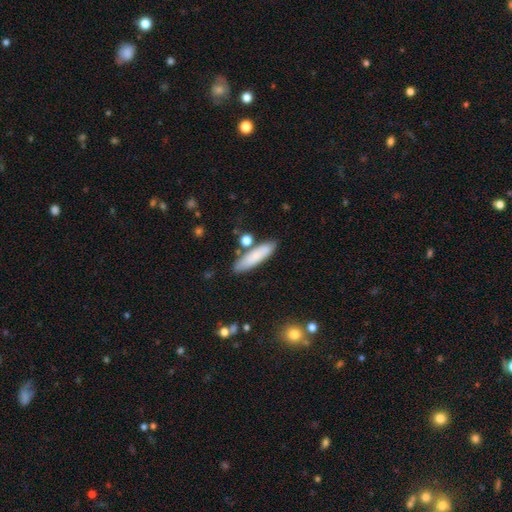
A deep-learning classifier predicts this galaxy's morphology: Overall: smooth (80%). How rounded: cigar-shaped (72%). Merging: none (81%).